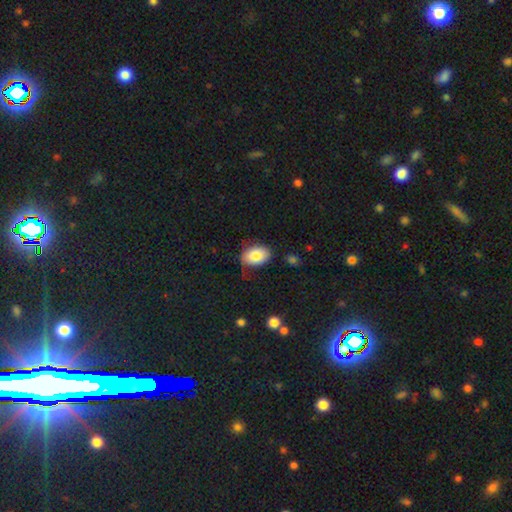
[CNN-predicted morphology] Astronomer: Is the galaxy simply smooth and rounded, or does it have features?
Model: smooth — 82%.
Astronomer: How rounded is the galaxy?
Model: in between — 87%.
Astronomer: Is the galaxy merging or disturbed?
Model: none — 63%.